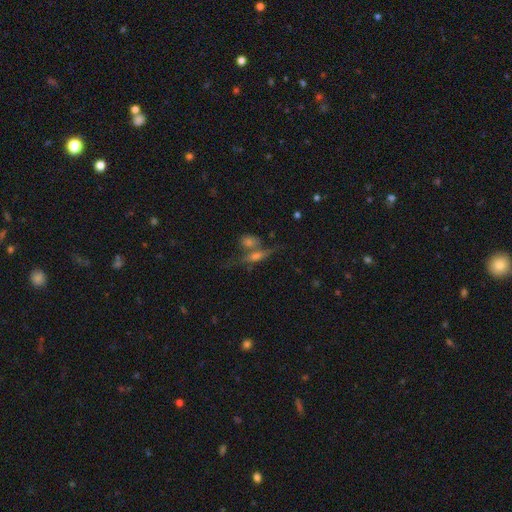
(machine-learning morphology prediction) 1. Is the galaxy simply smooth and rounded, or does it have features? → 59% featured or disk, 27% smooth, 14% star or artifact.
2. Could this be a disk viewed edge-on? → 85% yes, 15% no.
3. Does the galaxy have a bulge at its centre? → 83% rounded, 10% boxy, 7% none.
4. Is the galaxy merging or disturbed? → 54% none, 27% merger, 12% minor disturbance, 7% major disturbance.